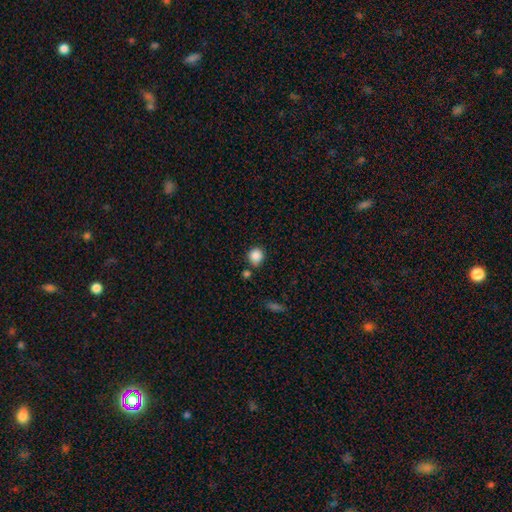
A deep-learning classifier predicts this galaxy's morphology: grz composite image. It shows a smooth galaxy with no disk features (87%) that is round (81%). Merging: none (74%).